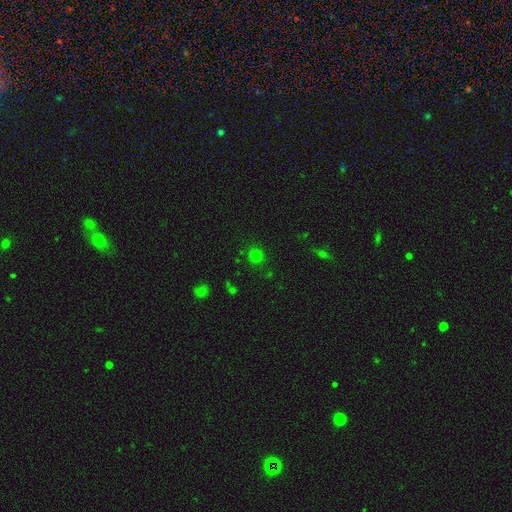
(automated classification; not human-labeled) A smooth galaxy with no disk features (73%) that is round (91%).

Vote fractions:
- Smooth or featured? smooth: 73% / star or artifact: 21% / featured or disk: 5%
- How rounded? round: 91% / in between: 8% / cigar-shaped: 1%
- Merging? none: 86% / minor disturbance: 8% / major disturbance: 3% / merger: 2%